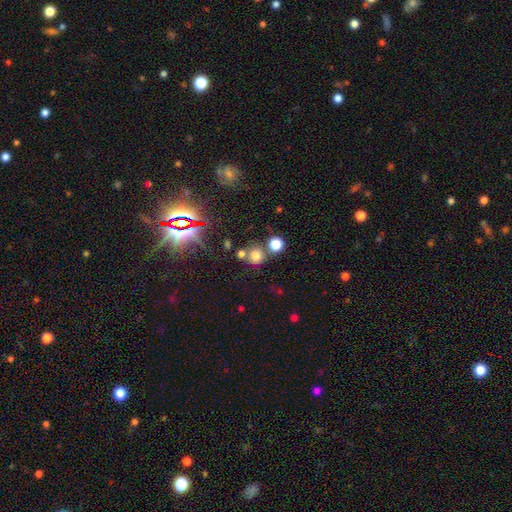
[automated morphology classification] Smooth or featured: smooth — 70% (star or artifact — 22%)
How rounded: round — 88% (in between — 11%)
Merging: none — 61% (merger — 25%)